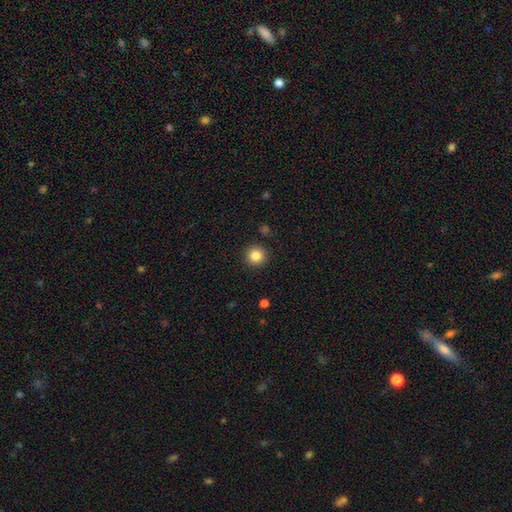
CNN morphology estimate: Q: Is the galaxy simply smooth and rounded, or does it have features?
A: smooth — 84%.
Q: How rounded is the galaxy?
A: round — 95%.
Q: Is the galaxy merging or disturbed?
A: none — 92%.